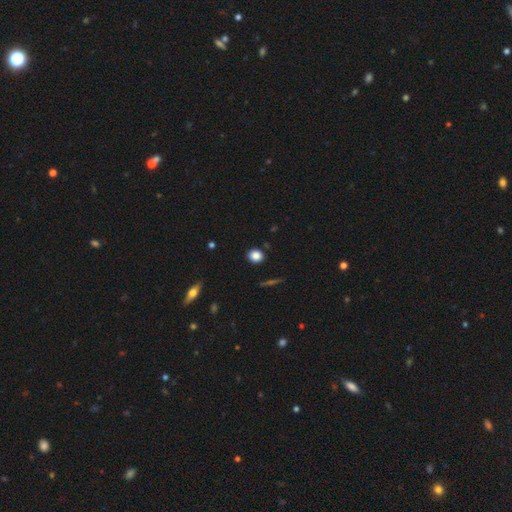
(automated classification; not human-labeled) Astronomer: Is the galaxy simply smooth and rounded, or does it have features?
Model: smooth — 84%.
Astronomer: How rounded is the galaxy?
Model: round — 74%.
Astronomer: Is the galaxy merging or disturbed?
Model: none — 89%.